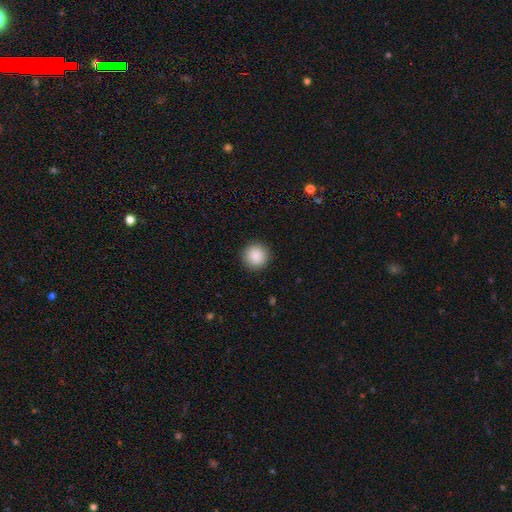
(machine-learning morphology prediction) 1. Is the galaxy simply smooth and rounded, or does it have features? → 89% smooth, 8% star or artifact, 3% featured or disk.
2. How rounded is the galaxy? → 95% round, 4% in between, 1% cigar-shaped.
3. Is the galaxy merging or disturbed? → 92% none, 5% minor disturbance, 2% major disturbance, 1% merger.